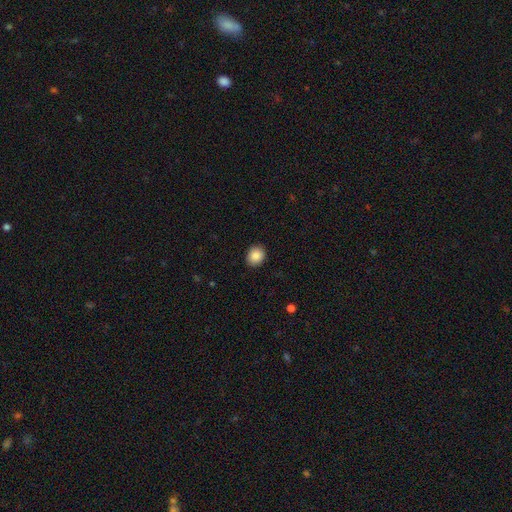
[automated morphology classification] Q: Smooth or featured?
A: smooth (88%); runner-up: star or artifact (9%)
Q: How rounded?
A: round (66%); runner-up: in between (33%)
Q: Merging?
A: none (90%); runner-up: minor disturbance (7%)